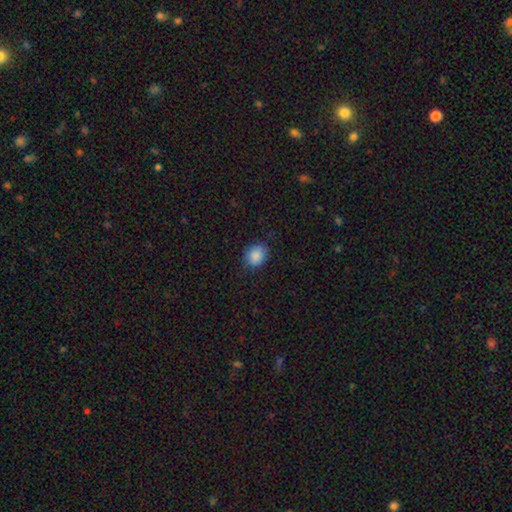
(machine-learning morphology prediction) This is clearly a smooth galaxy (88%). How rounded: possibly round (56%). Merging: clearly none (80%).